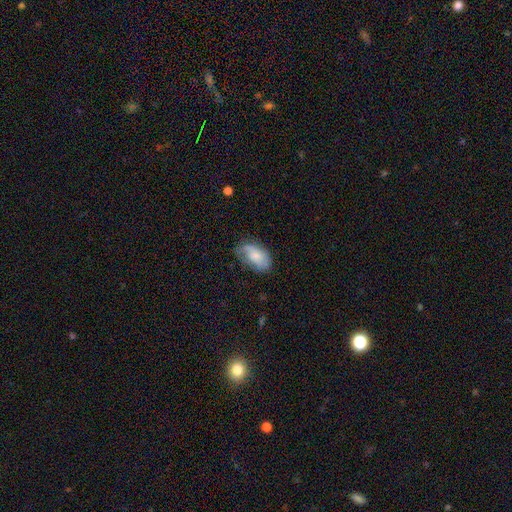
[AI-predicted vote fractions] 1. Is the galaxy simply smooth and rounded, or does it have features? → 57% smooth, 36% featured or disk, 7% star or artifact.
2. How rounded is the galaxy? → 92% in between, 6% round, 2% cigar-shaped.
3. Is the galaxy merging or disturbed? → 53% none, 31% minor disturbance, 14% major disturbance, 2% merger.